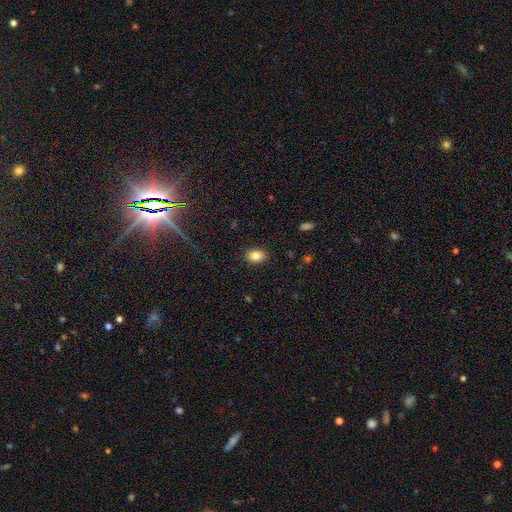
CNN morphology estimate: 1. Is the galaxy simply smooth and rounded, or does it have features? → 85% smooth, 9% star or artifact, 6% featured or disk.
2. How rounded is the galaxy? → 77% in between, 22% round, 1% cigar-shaped.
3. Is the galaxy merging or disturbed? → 88% none, 9% minor disturbance, 2% major disturbance, 1% merger.